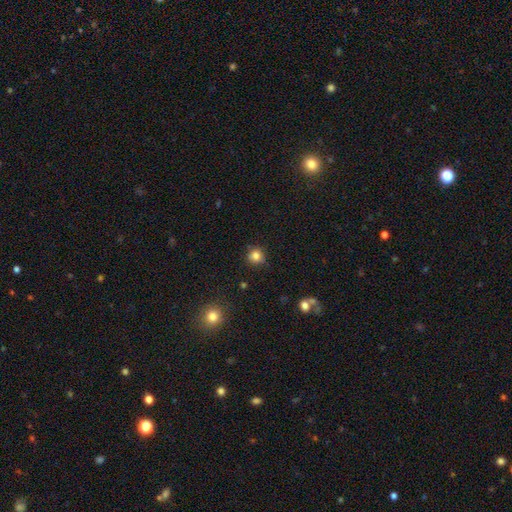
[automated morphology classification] Smooth or featured: smooth — 82% (star or artifact — 12%)
How rounded: round — 90% (in between — 9%)
Merging: none — 83% (minor disturbance — 12%)